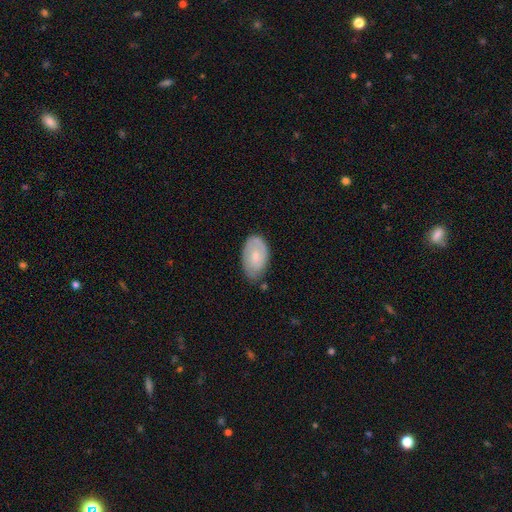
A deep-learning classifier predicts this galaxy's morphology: This is likely a smooth galaxy (61%). How rounded: clearly in between (92%). Merging: likely none (65%).